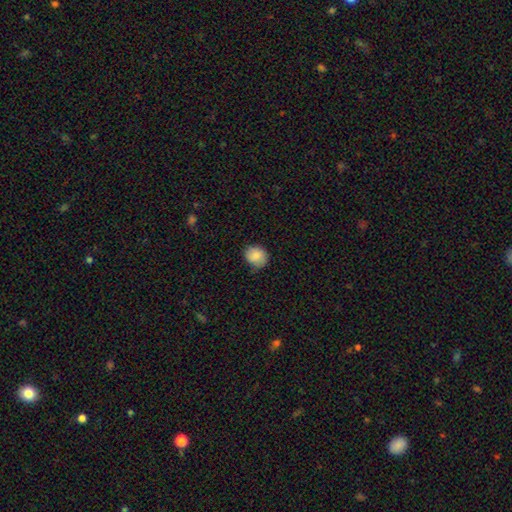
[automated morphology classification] Smooth or featured: smooth — 85% (star or artifact — 8%)
How rounded: round — 70% (in between — 29%)
Merging: none — 71% (minor disturbance — 23%)